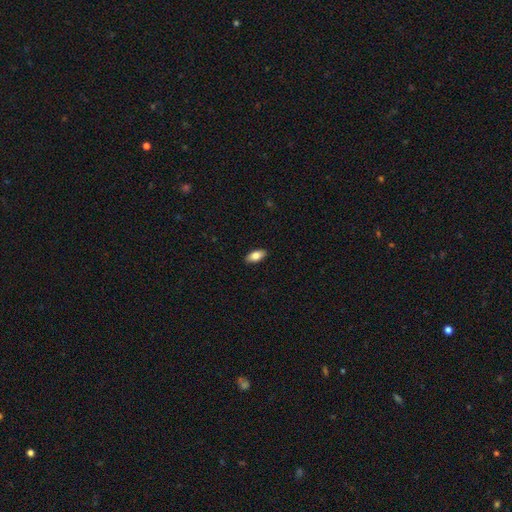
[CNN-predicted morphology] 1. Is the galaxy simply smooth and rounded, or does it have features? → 80% smooth, 13% featured or disk, 7% star or artifact.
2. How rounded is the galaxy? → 89% in between, 8% cigar-shaped, 3% round.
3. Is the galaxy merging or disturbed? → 89% none, 8% minor disturbance, 2% major disturbance, 1% merger.